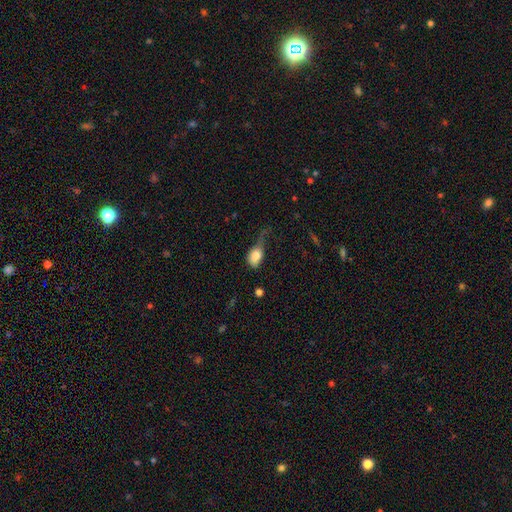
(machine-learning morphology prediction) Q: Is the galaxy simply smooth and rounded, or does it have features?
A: smooth — 79%.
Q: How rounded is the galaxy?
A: in between — 78%.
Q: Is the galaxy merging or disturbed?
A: major disturbance — 42%.